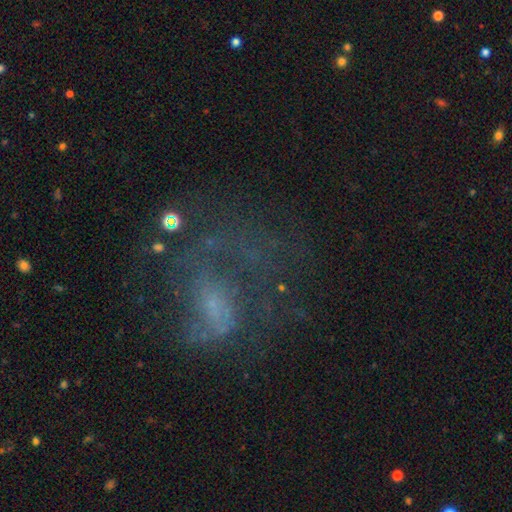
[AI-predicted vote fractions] This appears to be a featured or disk galaxy (59%) with no bar (69%), no spiral arms (54%) and a small central bulge (45%). Merging: major disturbance (44%).